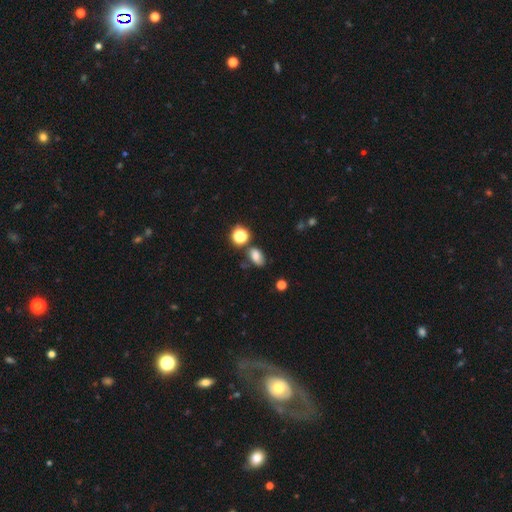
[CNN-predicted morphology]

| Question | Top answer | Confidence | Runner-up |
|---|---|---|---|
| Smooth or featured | smooth | 75% | star or artifact (16%) |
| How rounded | in between | 83% | round (15%) |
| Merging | none | 64% | minor disturbance (21%) |